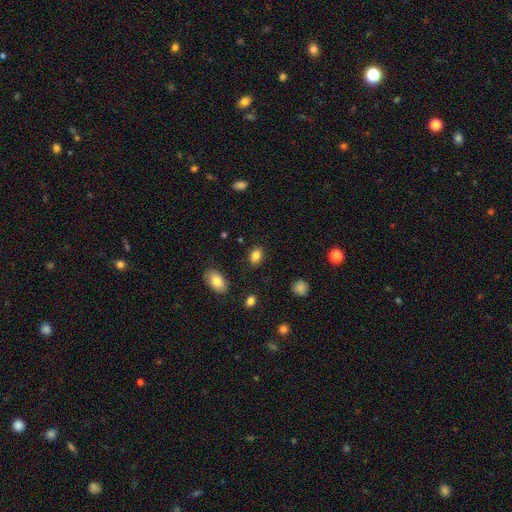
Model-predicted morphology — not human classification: A smooth galaxy with no disk features (84%) that is in between round and cigar-shaped (81%).

Vote fractions:
- Smooth or featured? smooth: 84% / star or artifact: 9% / featured or disk: 6%
- How rounded? in between: 81% / round: 17% / cigar-shaped: 2%
- Merging? none: 86% / minor disturbance: 10% / major disturbance: 3% / merger: 2%